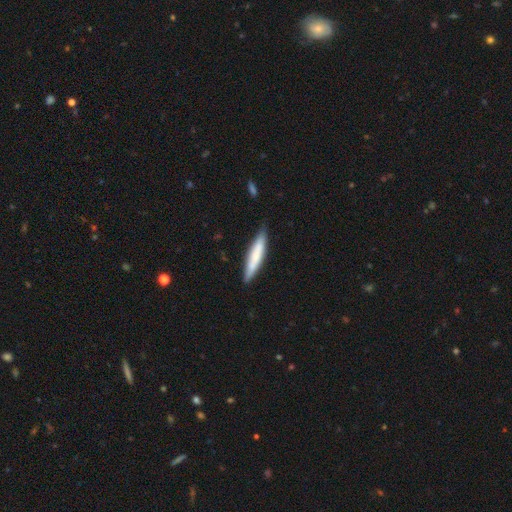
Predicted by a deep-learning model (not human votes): The model was most divided on "smooth or featured": smooth: 67%, featured or disk: 28%, star or artifact: 5%. More confident: how rounded — cigar-shaped (87%); merging — none (80%).